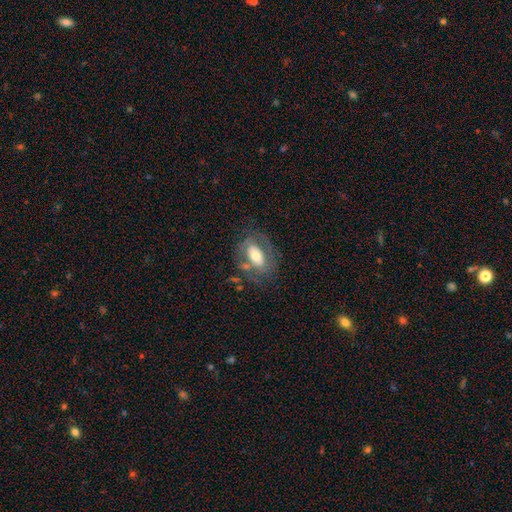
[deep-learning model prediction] The model was most divided on "smooth or featured": featured or disk: 49%, smooth: 44%, star or artifact: 7%. More confident: merging — none (60%).